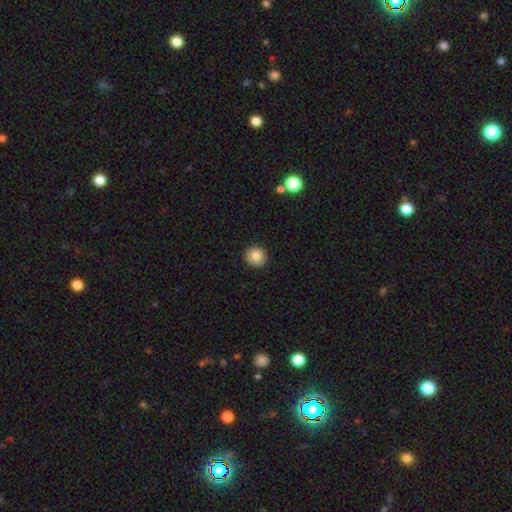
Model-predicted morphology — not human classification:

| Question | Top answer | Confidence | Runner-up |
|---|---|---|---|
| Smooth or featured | smooth | 82% | featured or disk (9%) |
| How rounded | round | 90% | in between (9%) |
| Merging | none | 91% | minor disturbance (6%) |